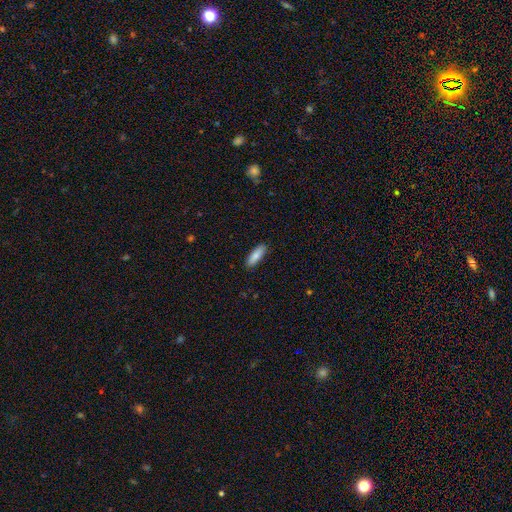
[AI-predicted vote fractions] Morphology: type=smooth (83%); roundness=in between (54%); merging=none (89%).